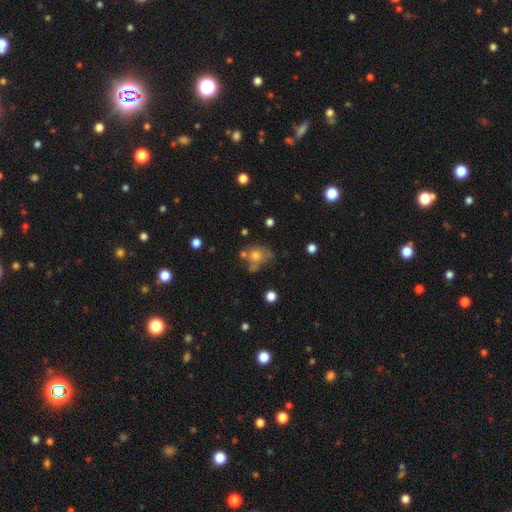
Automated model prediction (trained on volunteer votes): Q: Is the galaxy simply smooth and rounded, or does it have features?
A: smooth — 68%.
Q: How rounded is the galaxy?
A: round — 61%.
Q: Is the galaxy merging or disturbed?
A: none — 41%.